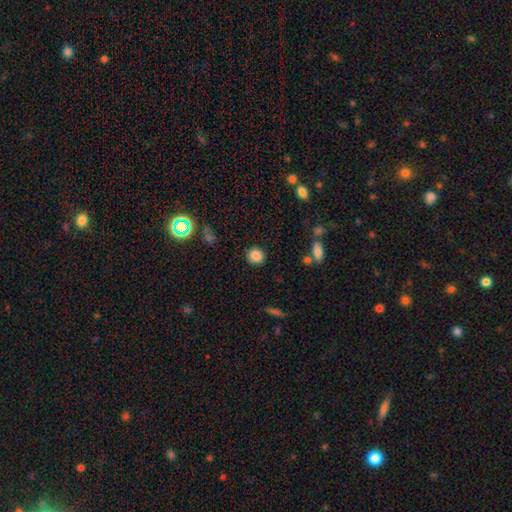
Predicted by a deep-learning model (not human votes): Q: Smooth or featured?
A: smooth (85%); runner-up: star or artifact (11%)
Q: How rounded?
A: round (86%); runner-up: in between (13%)
Q: Merging?
A: none (89%); runner-up: minor disturbance (7%)